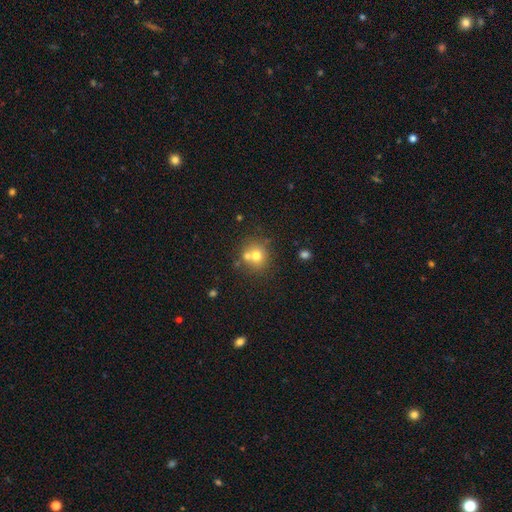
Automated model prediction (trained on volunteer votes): smooth 70%, featured or disk 17%, star or artifact 13%. Down the decision tree: how rounded — round (86%); merging — none (56%).